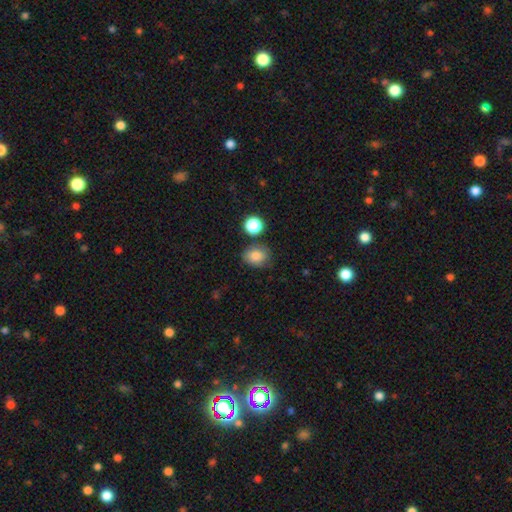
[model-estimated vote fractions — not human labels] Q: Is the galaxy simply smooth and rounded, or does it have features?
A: smooth — 82%.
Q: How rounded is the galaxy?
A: in between — 53%.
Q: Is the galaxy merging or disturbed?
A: none — 69%.